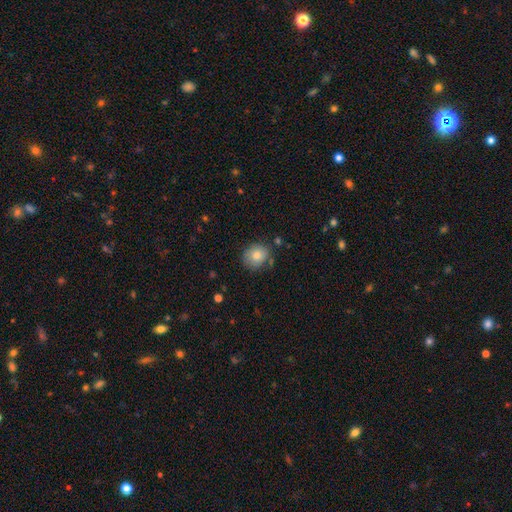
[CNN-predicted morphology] The model was most divided on "how rounded": round: 72%, in between: 27%, cigar-shaped: 1%. More confident: smooth or featured — smooth (80%); merging — none (77%).